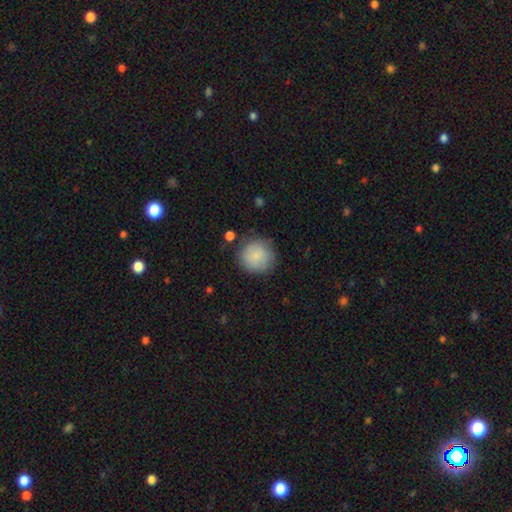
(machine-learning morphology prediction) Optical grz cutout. It shows a smooth galaxy with no disk features (84%) that is round (93%). Merging: none (78%).